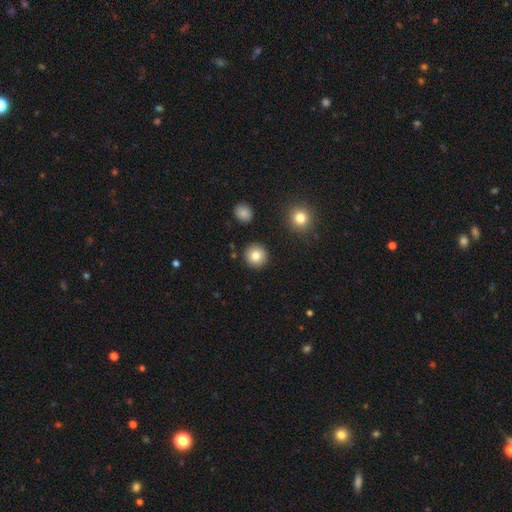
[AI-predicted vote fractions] Overall: smooth (83%). How rounded: round (95%). Merging: none (91%).